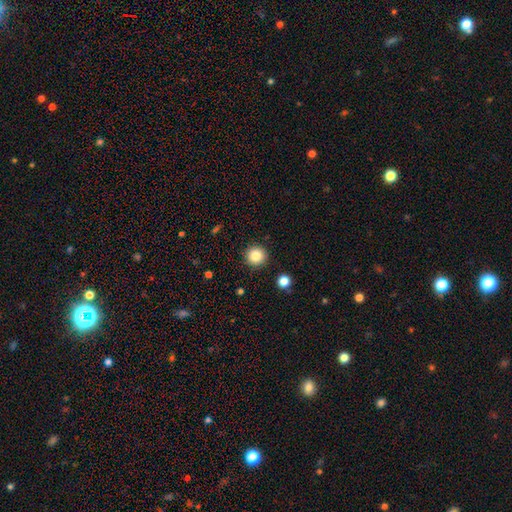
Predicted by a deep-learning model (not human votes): Overall: smooth (85%). How rounded: round (95%). Merging: none (91%).